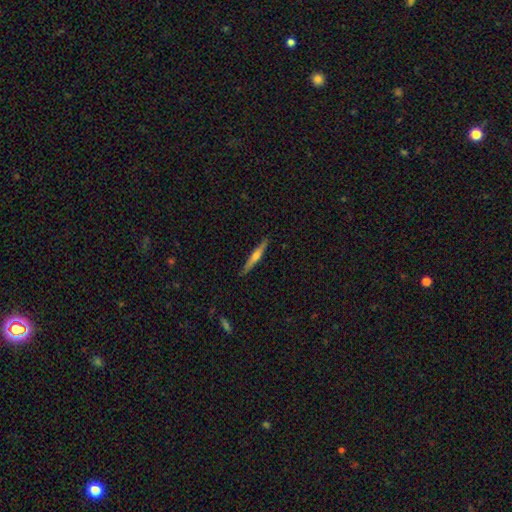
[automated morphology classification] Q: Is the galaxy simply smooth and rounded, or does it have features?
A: featured or disk — 62%.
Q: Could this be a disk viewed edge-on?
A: yes — 98%.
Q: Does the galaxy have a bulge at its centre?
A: rounded — 84%.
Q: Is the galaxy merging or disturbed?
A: none — 90%.